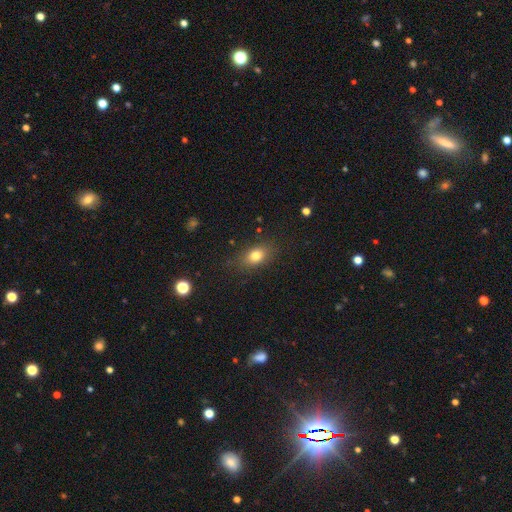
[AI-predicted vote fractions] Overall: smooth (79%). How rounded: in between (76%). Merging: none (82%).